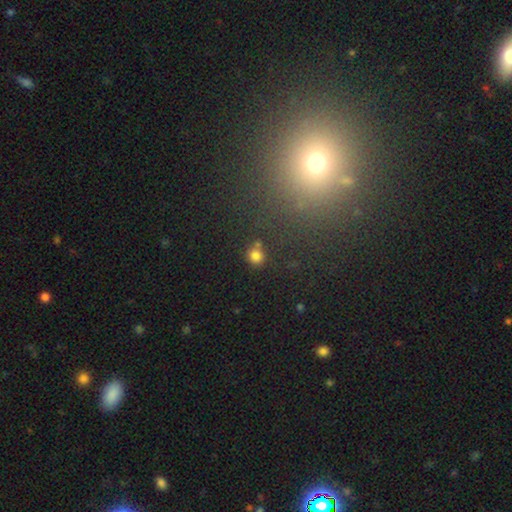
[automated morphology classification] Smooth or featured: smooth — 79% (star or artifact — 16%)
How rounded: round — 89% (in between — 10%)
Merging: none — 75% (merger — 11%)